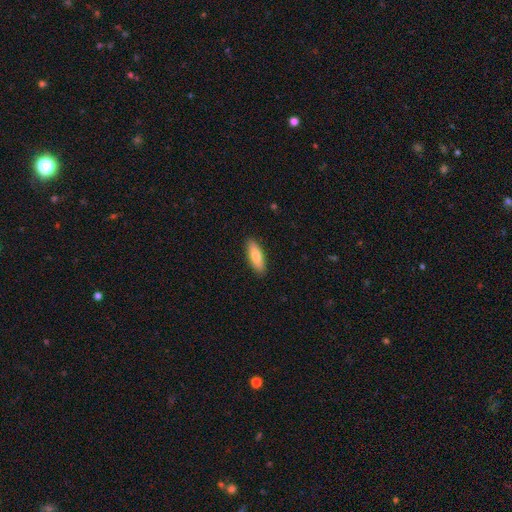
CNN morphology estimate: Q: Smooth or featured?
A: smooth (79%); runner-up: featured or disk (15%)
Q: How rounded?
A: in between (55%); runner-up: cigar-shaped (44%)
Q: Merging?
A: none (89%); runner-up: minor disturbance (8%)